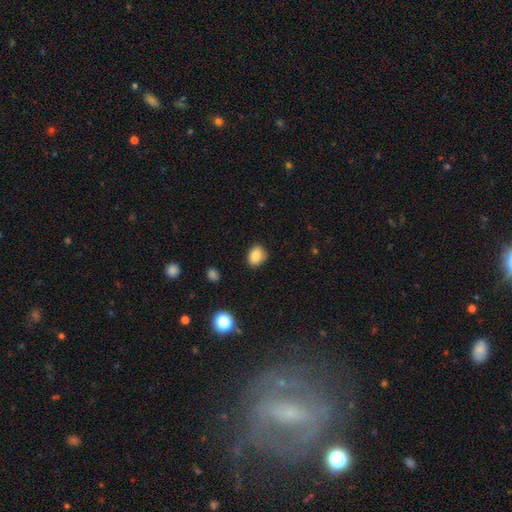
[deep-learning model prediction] Smooth or featured? Predicted: smooth (p=0.85). How rounded? Predicted: in between (p=0.55). Merging? Predicted: none (p=0.83).